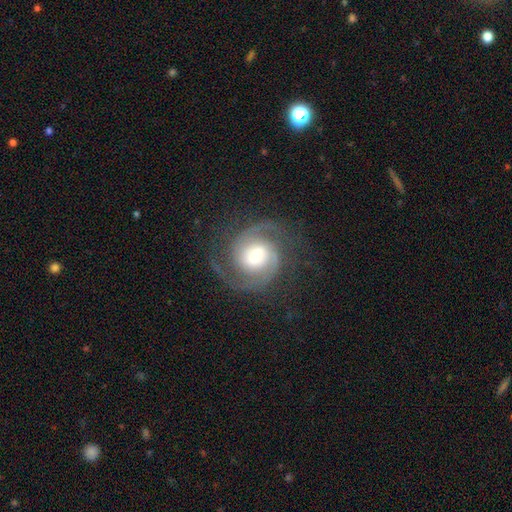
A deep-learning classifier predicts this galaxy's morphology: Smooth or featured: featured or disk — 90% (smooth — 5%)
Edge-on disk: no — 98% (yes — 2%)
Bar: no — 43% (weak — 42%)
Spiral arms: yes — 98% (no — 2%)
Spiral winding: medium — 47% (tight — 44%)
Spiral arm count: 2 — 86% (3 — 5%)
Bulge size: moderate — 54% (large — 24%)
Merging: none — 77% (minor disturbance — 14%)